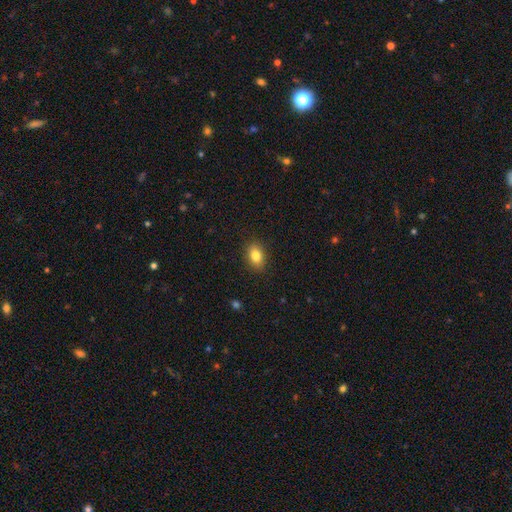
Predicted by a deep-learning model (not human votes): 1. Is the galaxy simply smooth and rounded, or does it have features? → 83% smooth, 9% star or artifact, 8% featured or disk.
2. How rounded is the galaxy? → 79% in between, 18% round, 2% cigar-shaped.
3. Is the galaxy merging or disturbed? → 87% none, 10% minor disturbance, 2% major disturbance, 1% merger.